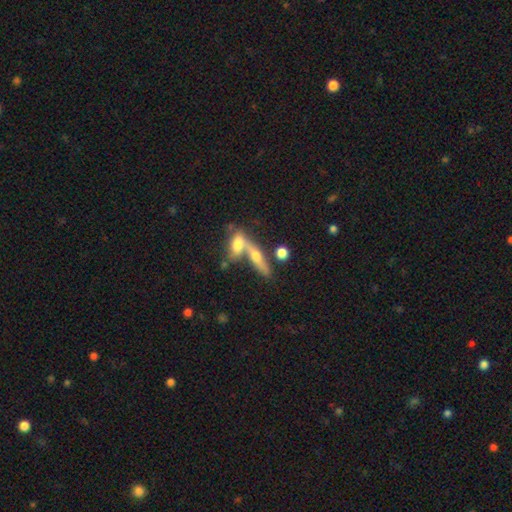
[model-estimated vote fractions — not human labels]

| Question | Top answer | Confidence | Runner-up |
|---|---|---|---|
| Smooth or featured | smooth | 49% | featured or disk (41%) |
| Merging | merger | 49% | none (37%) |